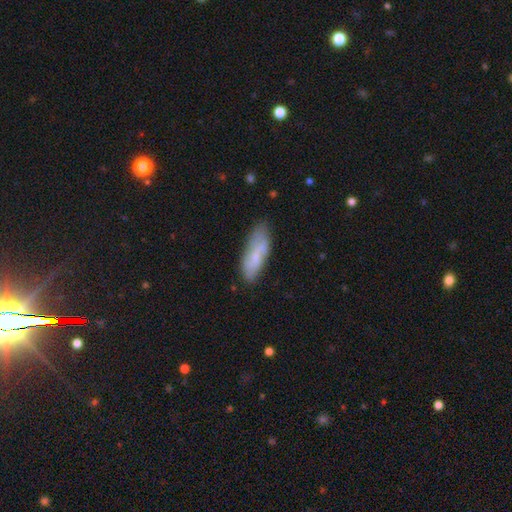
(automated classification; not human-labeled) This is possibly a smooth galaxy (55%). How rounded: likely in between (62%). Merging: likely none (63%).